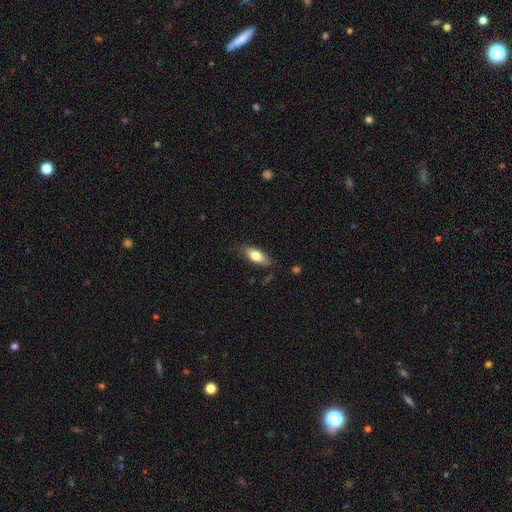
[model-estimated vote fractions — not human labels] Q: Smooth or featured?
A: smooth (74%); runner-up: featured or disk (19%)
Q: How rounded?
A: in between (77%); runner-up: cigar-shaped (20%)
Q: Merging?
A: none (78%); runner-up: minor disturbance (17%)